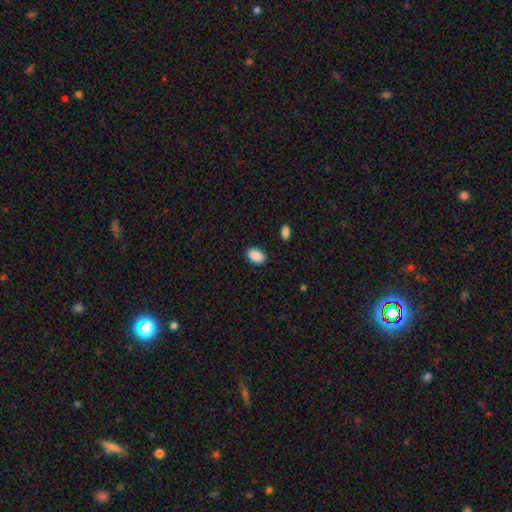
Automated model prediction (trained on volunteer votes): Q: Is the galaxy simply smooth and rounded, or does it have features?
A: smooth — 91%.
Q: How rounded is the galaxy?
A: in between — 89%.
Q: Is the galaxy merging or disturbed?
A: none — 88%.